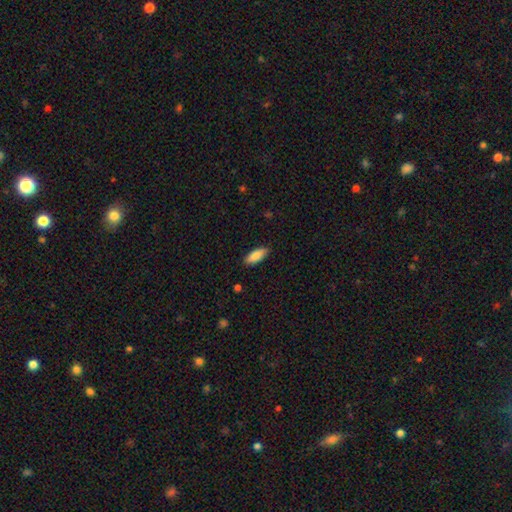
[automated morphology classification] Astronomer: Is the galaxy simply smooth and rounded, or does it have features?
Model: smooth — 85%.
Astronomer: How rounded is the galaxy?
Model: in between — 76%.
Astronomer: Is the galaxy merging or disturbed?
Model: none — 87%.